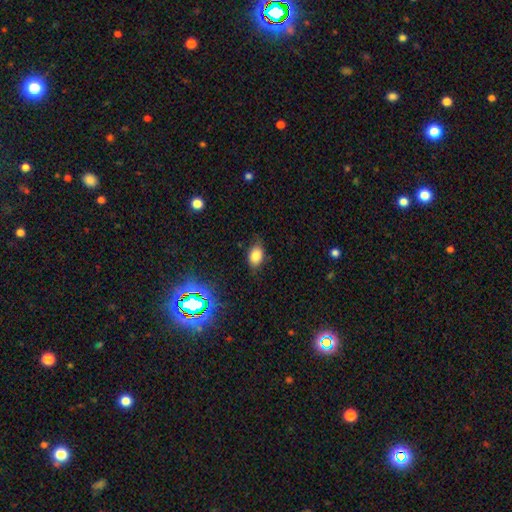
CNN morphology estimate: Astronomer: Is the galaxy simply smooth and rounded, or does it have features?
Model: smooth — 79%.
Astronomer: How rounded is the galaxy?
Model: in between — 84%.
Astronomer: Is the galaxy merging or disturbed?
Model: none — 73%.